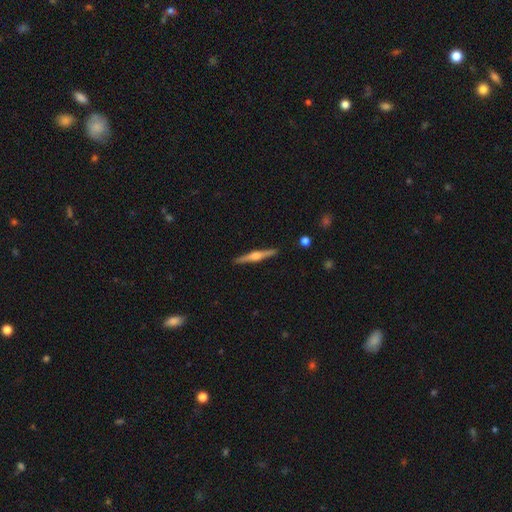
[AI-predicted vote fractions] Smooth or featured? Predicted: featured or disk (p=0.78). Edge-on disk? Predicted: yes (p=0.98). Edge-on bulge? Predicted: rounded (p=0.89). Merging? Predicted: none (p=0.92).